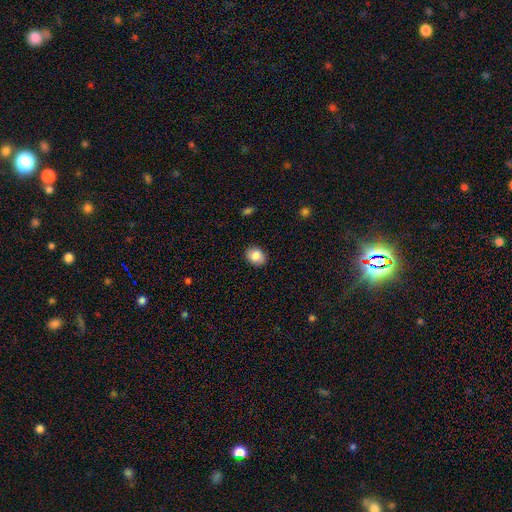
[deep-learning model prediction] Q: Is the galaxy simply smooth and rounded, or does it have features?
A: smooth — 87%.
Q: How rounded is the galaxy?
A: in between — 54%.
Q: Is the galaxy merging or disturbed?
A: none — 86%.